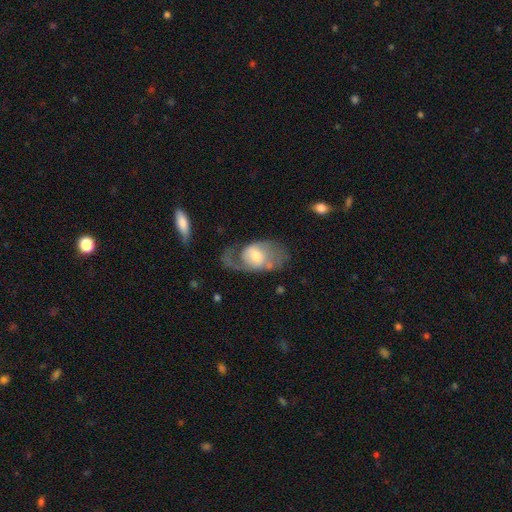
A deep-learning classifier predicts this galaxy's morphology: Q: Smooth or featured?
A: featured or disk (64%); runner-up: smooth (29%)
Q: Edge-on disk?
A: no (95%); runner-up: yes (5%)
Q: Bar?
A: no (53%); runner-up: weak (39%)
Q: Spiral arms?
A: yes (80%); runner-up: no (20%)
Q: Bulge size?
A: moderate (54%); runner-up: small (31%)
Q: Merging?
A: none (38%); runner-up: major disturbance (36%)